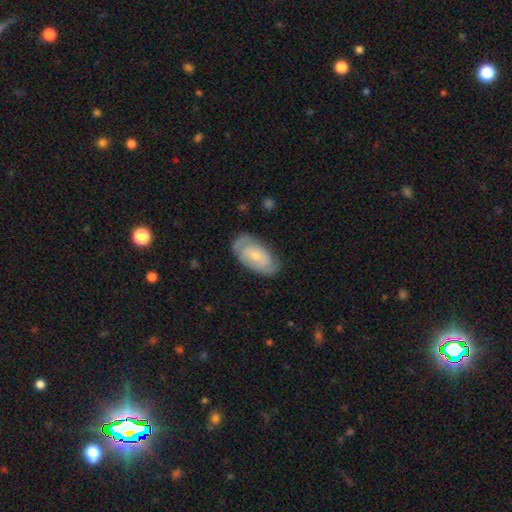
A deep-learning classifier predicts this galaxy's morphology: A featured or disk galaxy (65%) with no bar (69%), 2 (58%) tight (57%) spiral arms (84%) and a small central bulge (64%).

Vote fractions:
- Smooth or featured? featured or disk: 65% / smooth: 30% / star or artifact: 6%
- Edge-on disk? no: 94% / yes: 6%
- Bar? no: 69% / weak: 26% / strong: 5%
- Spiral arms? yes: 84% / no: 16%
- Spiral winding? tight: 57% / medium: 32% / loose: 11%
- Spiral arm count? 2: 58% / can't tell: 28% / 1: 5% / 3: 5% / 4: 2% / more than 4: 2%
- Bulge size? small: 64% / moderate: 30% / none: 3% / large: 2% / dominant: 1%
- Merging? none: 73% / minor disturbance: 19% / major disturbance: 6% / merger: 1%